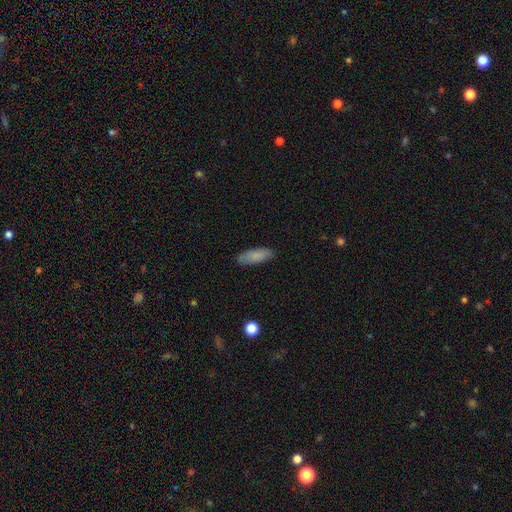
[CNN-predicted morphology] Smooth or featured? Predicted: smooth (p=0.84). How rounded? Predicted: in between (p=0.62). Merging? Predicted: none (p=0.83).